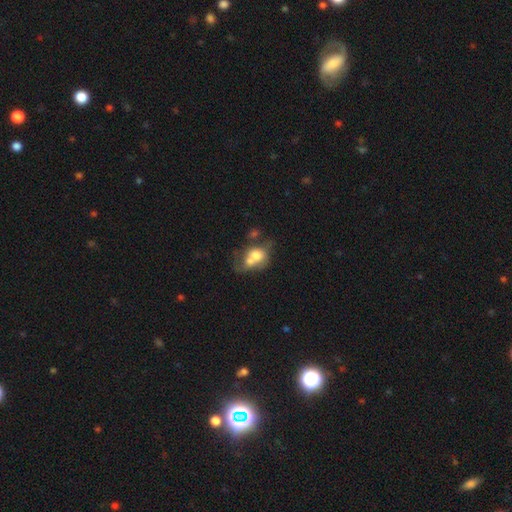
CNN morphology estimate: type=smooth (63%); roundness=in between (54%); merging=merger (62%).